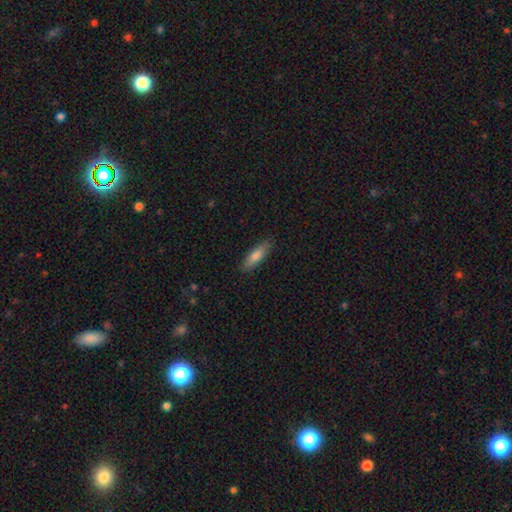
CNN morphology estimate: A smooth galaxy with no disk features (77%) that is cigar-shaped (60%). Merging: none (87%).